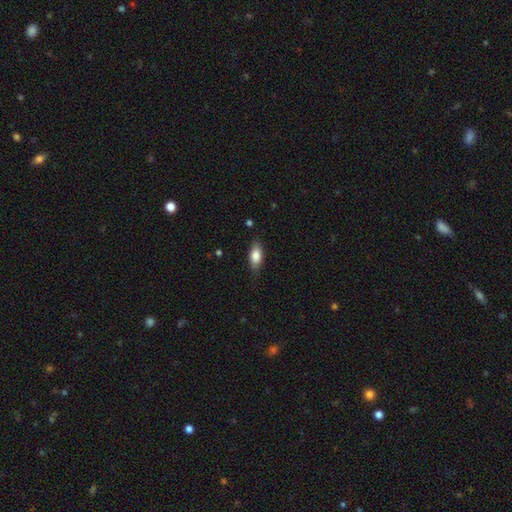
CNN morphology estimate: Overall: smooth (79%). How rounded: in between (83%). Merging: none (79%).